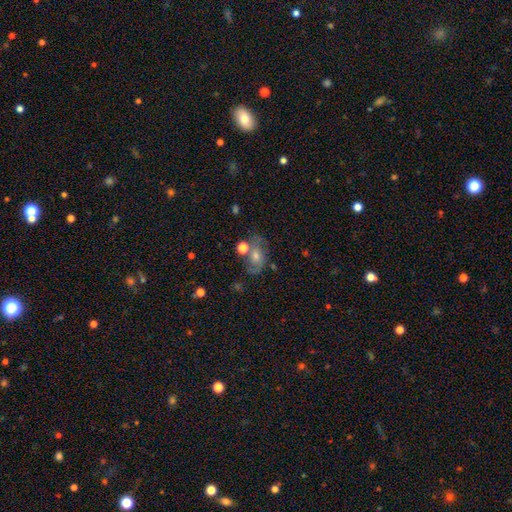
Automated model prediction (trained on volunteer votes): Morphology: type=featured or disk (59%); edge-on=no (95%); bar=no (68%); spiral arms=yes (80%); bulge=moderate (55%); merging=none (58%).